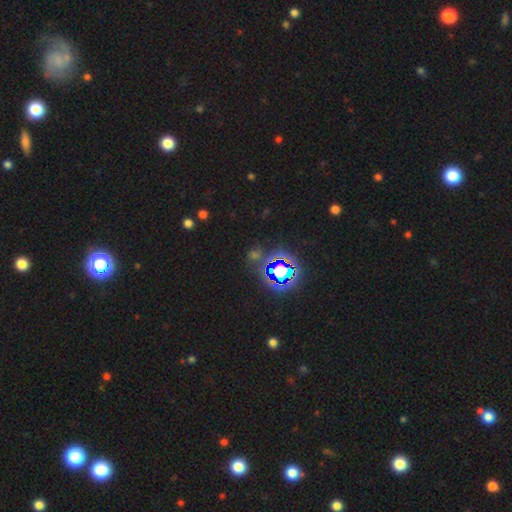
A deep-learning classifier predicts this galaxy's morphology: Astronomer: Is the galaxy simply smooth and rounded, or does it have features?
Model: star or artifact — 72%.